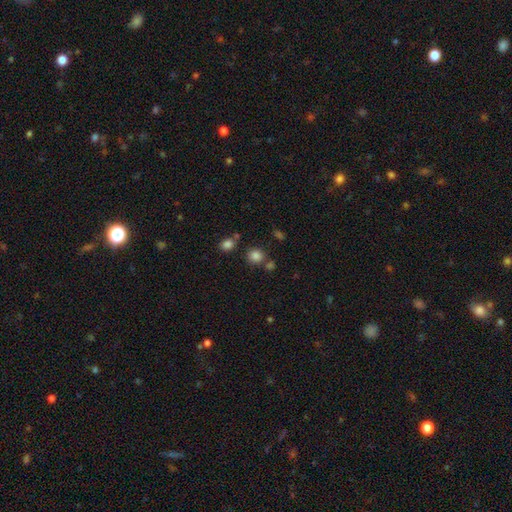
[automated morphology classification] smooth 83%, star or artifact 12%, featured or disk 5%. Down the decision tree: how rounded — round (81%); merging — none (74%).